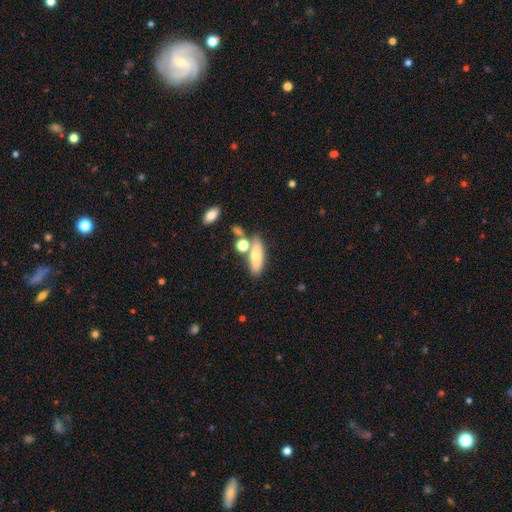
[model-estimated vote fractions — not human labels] Smooth or featured? smooth (65%)
How rounded? in between (52%)
Merging? none (61%)